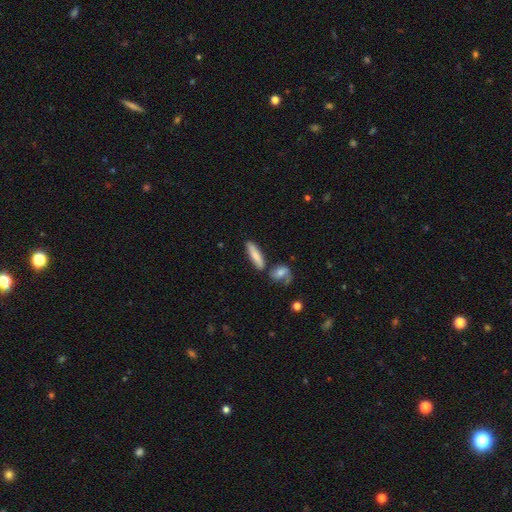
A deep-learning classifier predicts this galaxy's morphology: This is likely a smooth galaxy (73%). How rounded: likely cigar-shaped (70%). Merging: likely none (73%).